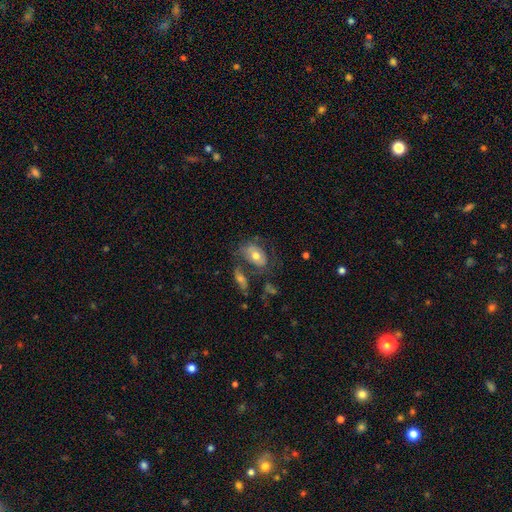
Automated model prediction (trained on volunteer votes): smooth_or_featured: smooth (p=0.53) [alt: featured or disk p=0.39]
how_rounded: in between (p=0.83) [alt: round p=0.15]
merging: none (p=0.45) [alt: minor disturbance p=0.19]